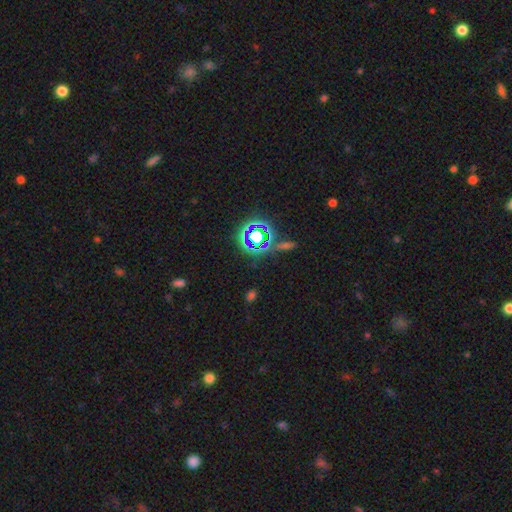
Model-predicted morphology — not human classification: Overall: star or artifact (72%).